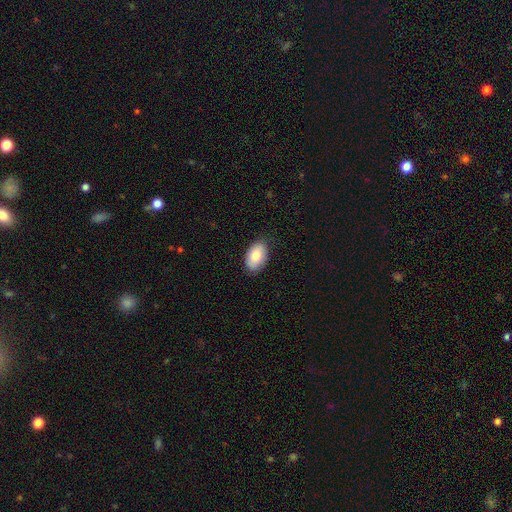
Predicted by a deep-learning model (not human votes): Morphology: type=smooth (83%); roundness=in between (93%); merging=none (79%).